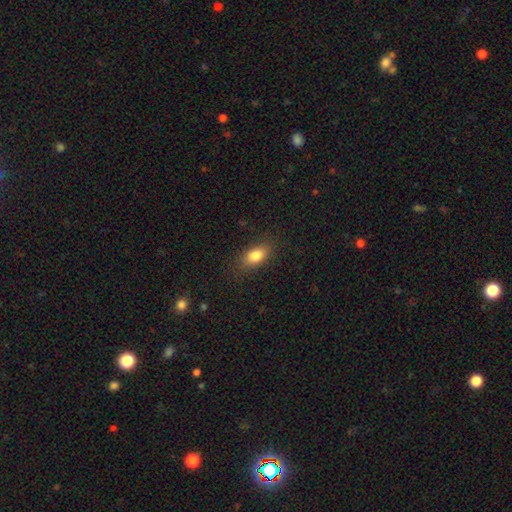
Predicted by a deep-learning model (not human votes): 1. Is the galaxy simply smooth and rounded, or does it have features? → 83% smooth, 9% featured or disk, 9% star or artifact.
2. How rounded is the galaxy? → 84% in between, 10% round, 6% cigar-shaped.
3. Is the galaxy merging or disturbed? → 83% none, 12% minor disturbance, 4% major disturbance, 1% merger.